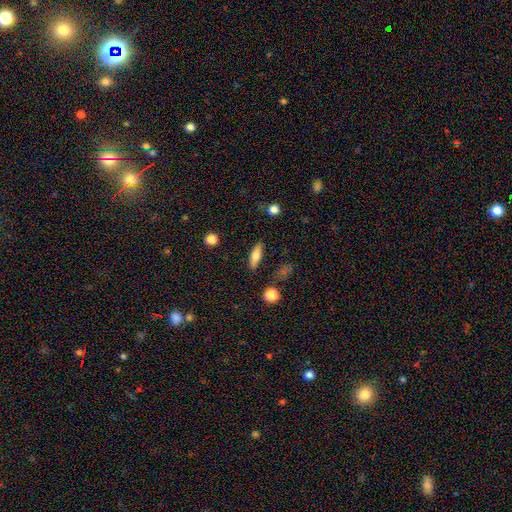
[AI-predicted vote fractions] The model was most divided on "how rounded": cigar-shaped: 52%, in between: 45%, round: 4%. More confident: merging — none (84%); smooth or featured — smooth (67%).